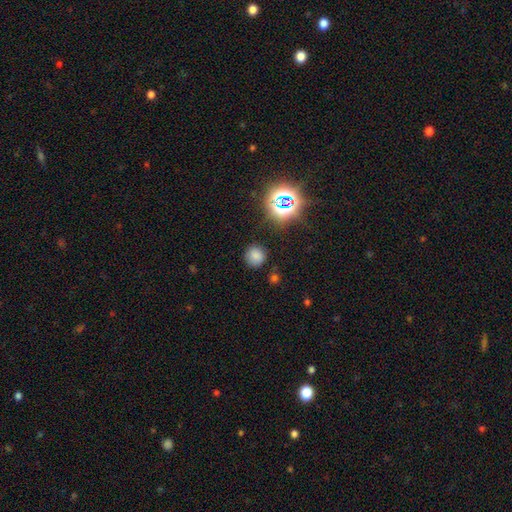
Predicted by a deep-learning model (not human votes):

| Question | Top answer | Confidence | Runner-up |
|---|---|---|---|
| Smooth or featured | smooth | 74% | star or artifact (20%) |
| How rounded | round | 90% | in between (9%) |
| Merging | none | 84% | minor disturbance (10%) |